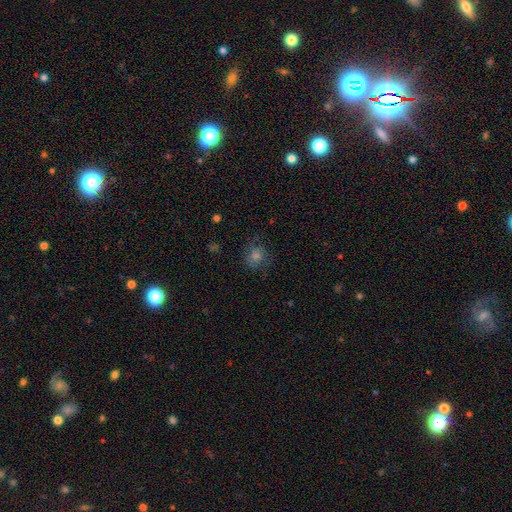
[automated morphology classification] This appears to be a smooth galaxy with no disk features (59%) that is round (84%). Merging: none (76%).